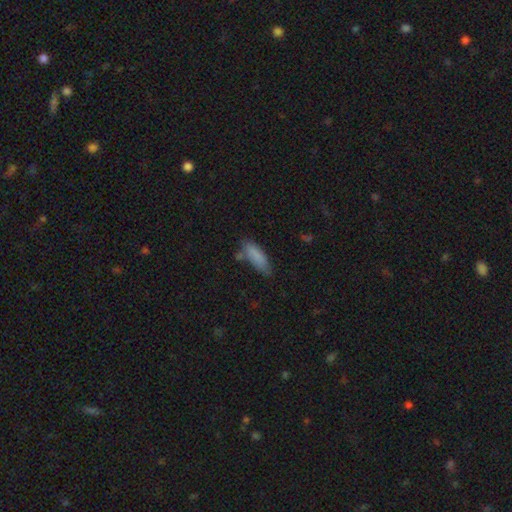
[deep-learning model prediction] Smooth or featured? Predicted: smooth (p=0.83). How rounded? Predicted: in between (p=0.54). Merging? Predicted: none (p=0.59).